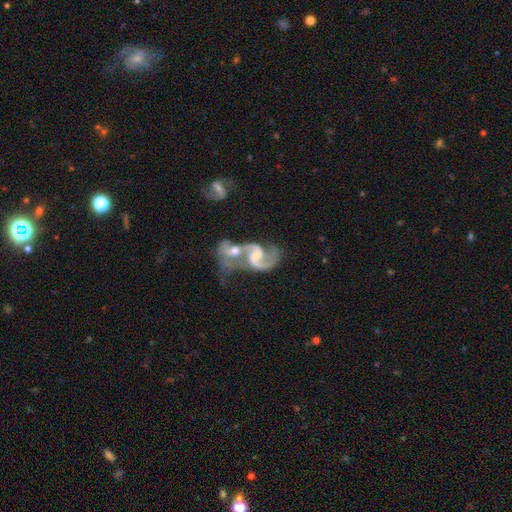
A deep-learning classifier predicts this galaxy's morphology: type=featured or disk (89%); edge-on=no (98%); bar=weak (49%); spiral arms=yes (96%); winding=medium (48%); arm count=2 (88%); bulge=moderate (37%, tied with small); merging=merger (66%).